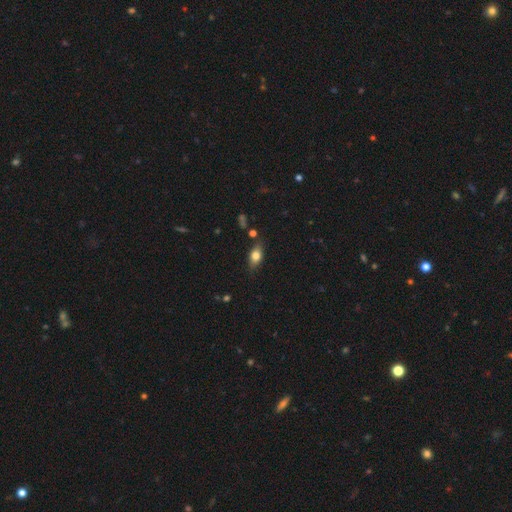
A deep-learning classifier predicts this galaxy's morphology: This appears to be a smooth galaxy with no disk features (72%) that is in between round and cigar-shaped (81%). Merging: none (79%).